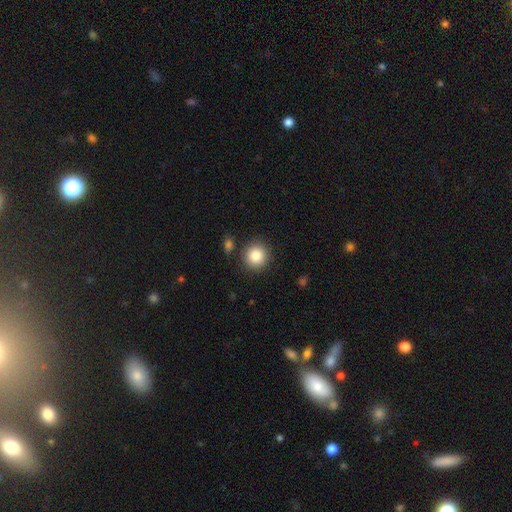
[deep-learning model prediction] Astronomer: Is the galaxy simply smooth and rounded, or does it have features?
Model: smooth — 86%.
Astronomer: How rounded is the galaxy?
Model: round — 91%.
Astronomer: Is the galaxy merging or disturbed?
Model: none — 86%.